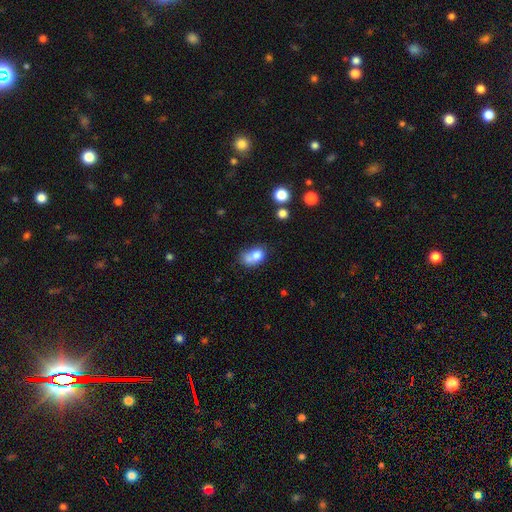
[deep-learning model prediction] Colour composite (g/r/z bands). It shows a smooth galaxy with no disk features (74%) that is in between round and cigar-shaped (67%). Merging: merger (43%).